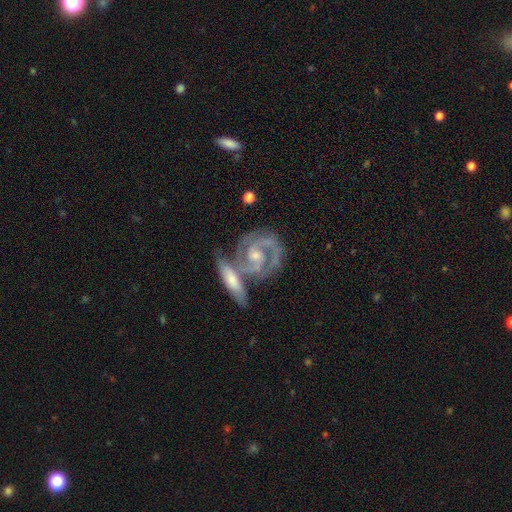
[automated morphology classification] Smooth or featured? Predicted: featured or disk (p=0.89). Edge-on disk? Predicted: no (p=0.95). Bar? Predicted: no (p=0.49). Spiral arms? Predicted: yes (p=0.97). Spiral winding? Predicted: tight (p=0.55). Spiral arm count? Predicted: 2 (p=0.77). Bulge size? Predicted: small (p=0.51). Merging? Predicted: none (p=0.46).